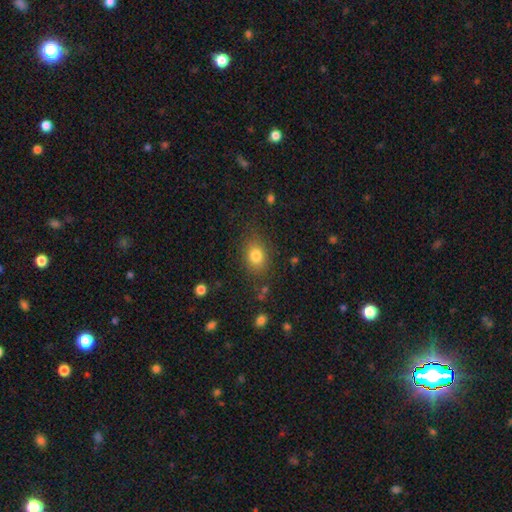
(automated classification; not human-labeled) Overall: smooth (81%). How rounded: in between (59%; round 40%). Merging: none (81%).